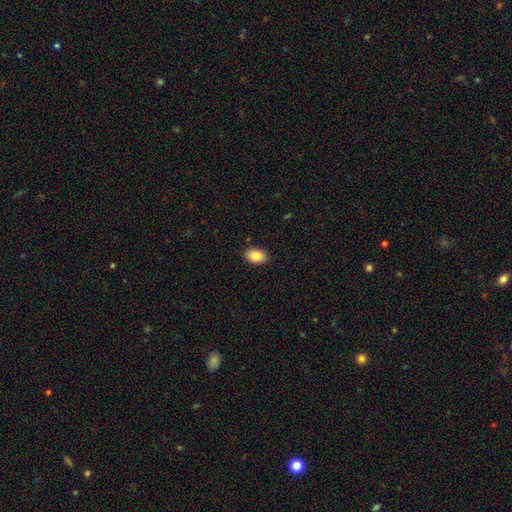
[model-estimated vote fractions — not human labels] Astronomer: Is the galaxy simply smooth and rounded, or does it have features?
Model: smooth — 85%.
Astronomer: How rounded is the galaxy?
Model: in between — 87%.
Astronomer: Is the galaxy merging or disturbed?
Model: none — 89%.